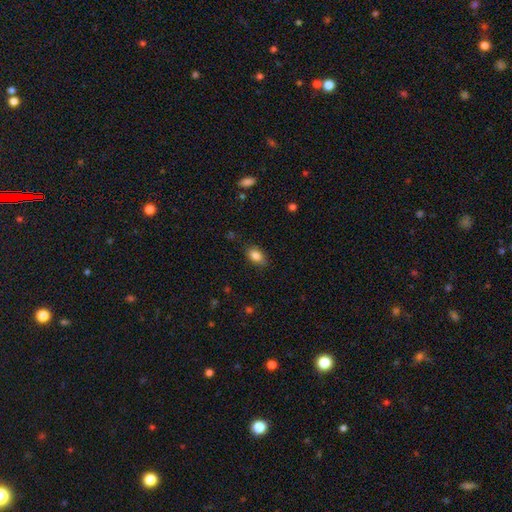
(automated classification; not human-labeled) Smooth or featured? Predicted: smooth (p=0.84). How rounded? Predicted: in between (p=0.85). Merging? Predicted: none (p=0.82).